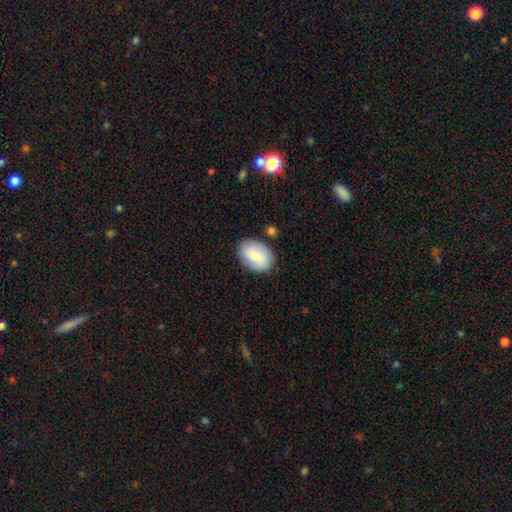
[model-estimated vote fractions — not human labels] The model was most divided on "smooth or featured": smooth: 71%, featured or disk: 22%, star or artifact: 7%. More confident: merging — none (80%); how rounded — in between (74%).